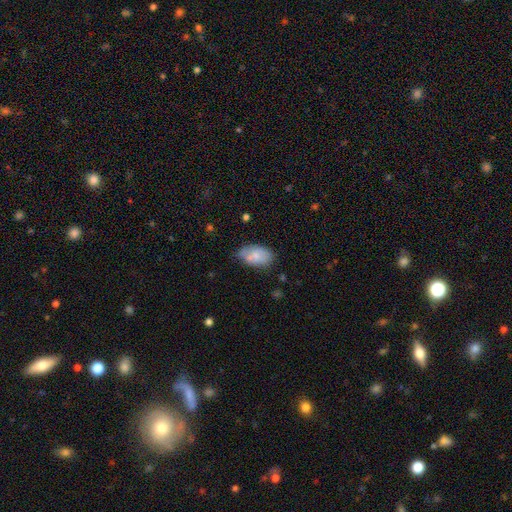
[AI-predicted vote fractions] Smooth or featured? Predicted: smooth (p=0.70). How rounded? Predicted: in between (p=0.93). Merging? Predicted: none (p=0.55).